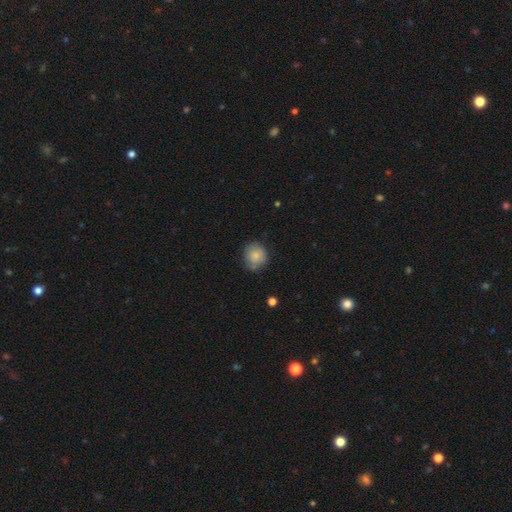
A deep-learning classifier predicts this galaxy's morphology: Q: Smooth or featured?
A: smooth (75%); runner-up: featured or disk (16%)
Q: How rounded?
A: round (79%); runner-up: in between (20%)
Q: Merging?
A: none (70%); runner-up: minor disturbance (23%)